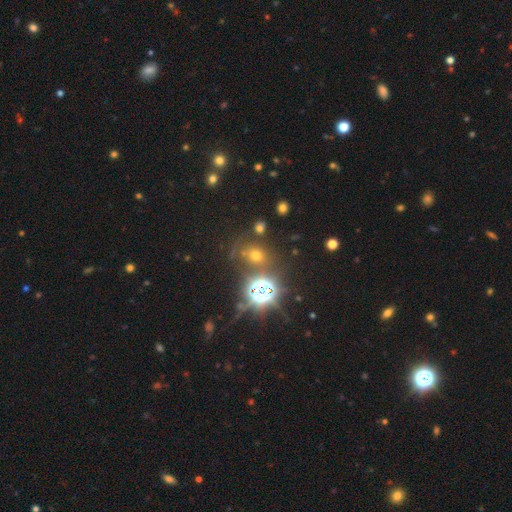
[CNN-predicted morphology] Smooth or featured: star or artifact — 50% (smooth — 40%)